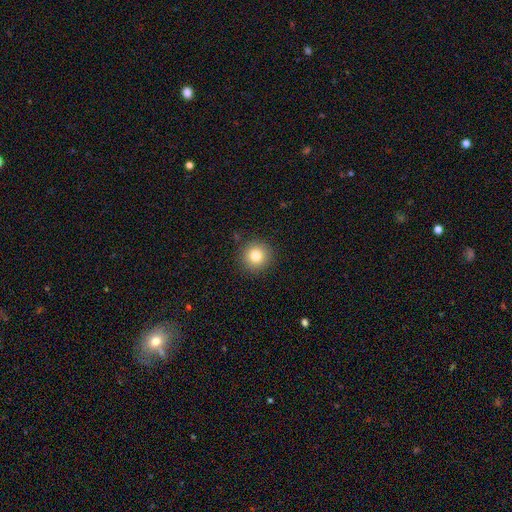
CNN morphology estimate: Smooth or featured? Predicted: smooth (p=0.81). How rounded? Predicted: round (p=0.94). Merging? Predicted: none (p=0.90).